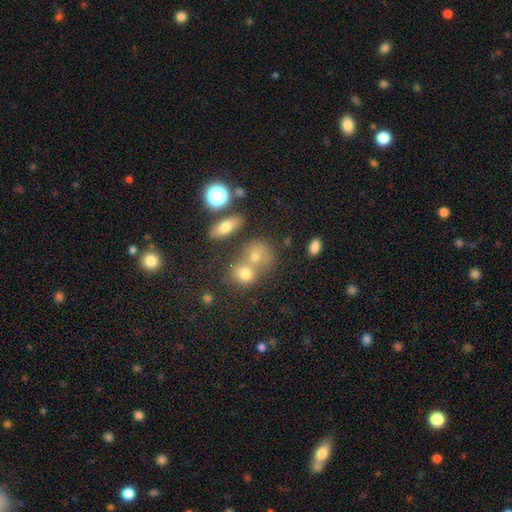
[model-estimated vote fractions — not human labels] smooth-or-featured: smooth: 68% | featured or disk: 16% | star or artifact: 16%
  how-rounded: round: 61% | in between: 37% | cigar-shaped: 2%
  merging: merger: 50% | none: 36% | minor disturbance: 9% | major disturbance: 5%